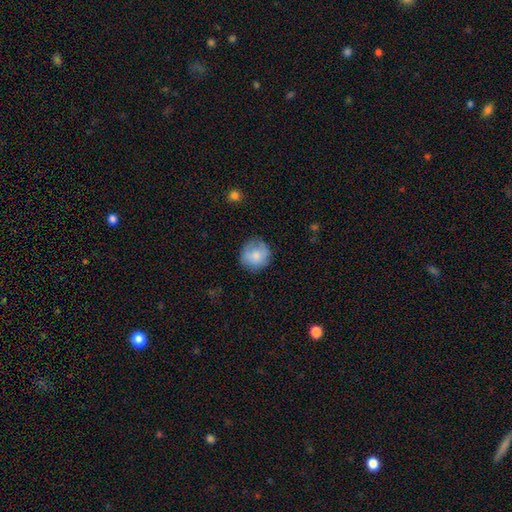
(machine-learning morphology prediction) A smooth galaxy with no disk features (77%) that is round (91%).

Vote fractions:
- Smooth or featured? smooth: 77% / featured or disk: 15% / star or artifact: 8%
- How rounded? round: 91% / in between: 8% / cigar-shaped: 1%
- Merging? none: 78% / minor disturbance: 17% / major disturbance: 4% / merger: 1%